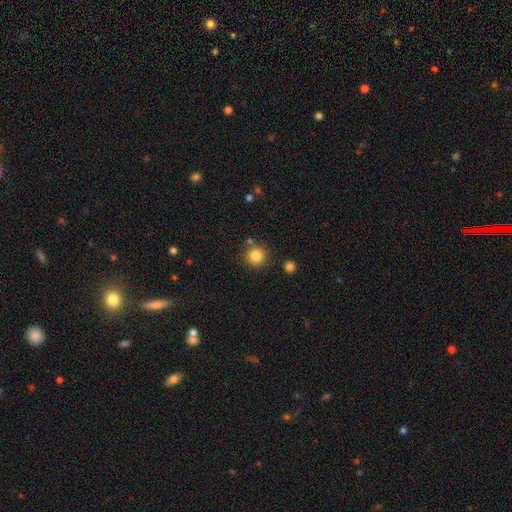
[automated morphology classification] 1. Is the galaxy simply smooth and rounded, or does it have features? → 85% smooth, 11% star or artifact, 5% featured or disk.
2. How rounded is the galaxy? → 94% round, 5% in between, 1% cigar-shaped.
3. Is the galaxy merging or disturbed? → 83% none, 8% minor disturbance, 6% merger, 3% major disturbance.